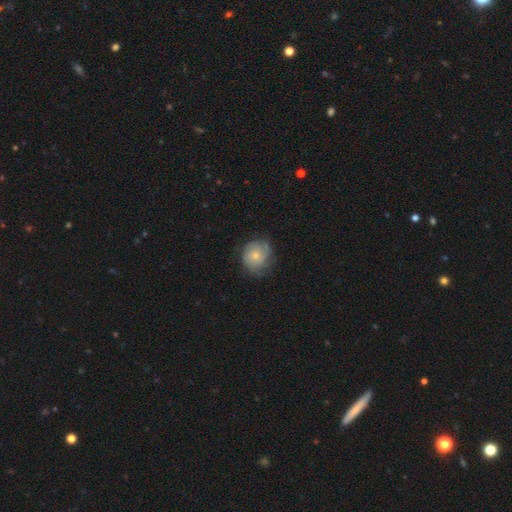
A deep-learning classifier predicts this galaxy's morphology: This appears to be a smooth galaxy with no disk features (48%). Merging: none (65%).